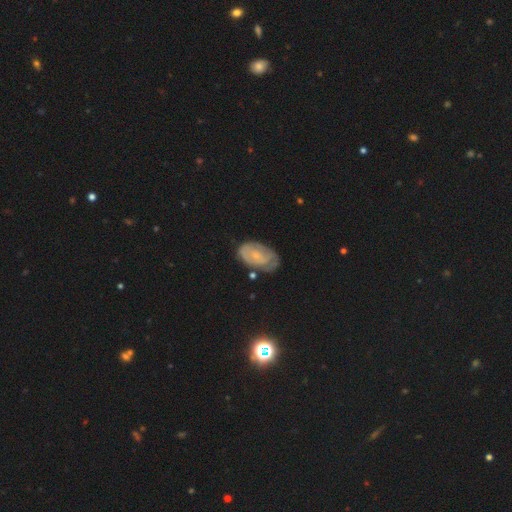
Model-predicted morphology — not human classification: Smooth or featured?
  - featured or disk: 61% *
  - smooth: 32%
  - star or artifact: 7%
Edge-on disk?
  - no: 95% *
  - yes: 5%
Bar?
  - no: 68% *
  - weak: 27%
  - strong: 5%
Spiral arms?
  - yes: 72% *
  - no: 28%
Bulge size?
  - small: 60% *
  - moderate: 23%
  - none: 14%
  - large: 2%
  - dominant: 1%
Merging?
  - none: 63% *
  - minor disturbance: 26%
  - major disturbance: 9%
  - merger: 3%